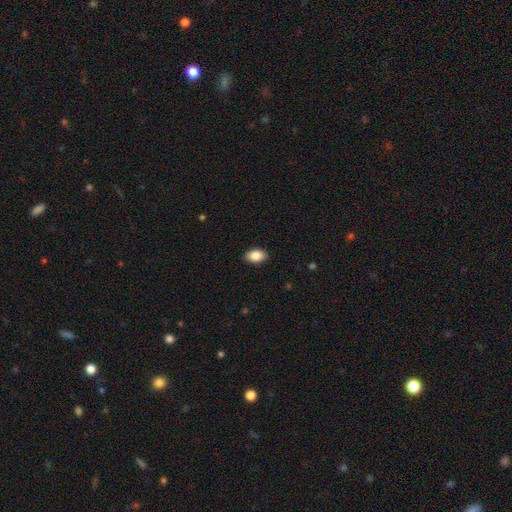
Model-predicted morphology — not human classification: This appears to be a smooth galaxy with no disk features (88%) that is in between round and cigar-shaped (89%). Merging: none (89%).